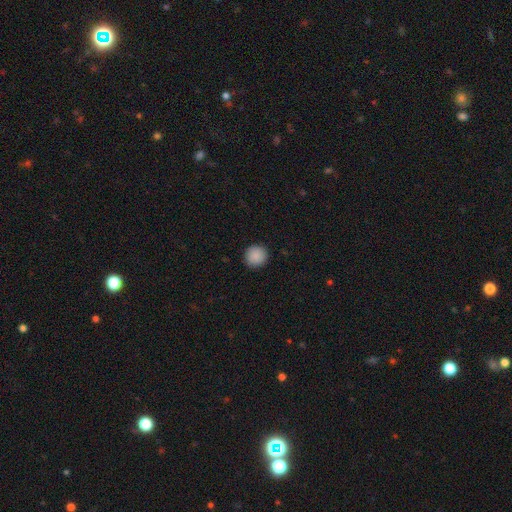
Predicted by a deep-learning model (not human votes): Overall: smooth (89%). How rounded: round (94%). Merging: none (92%).